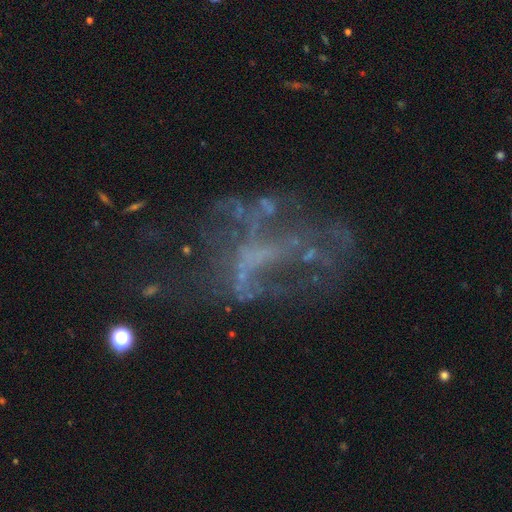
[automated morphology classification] type=featured or disk (63%); edge-on=no (96%); bar=no (73%); spiral arms=no (76%); bulge=none (77%); merging=major disturbance (43%).